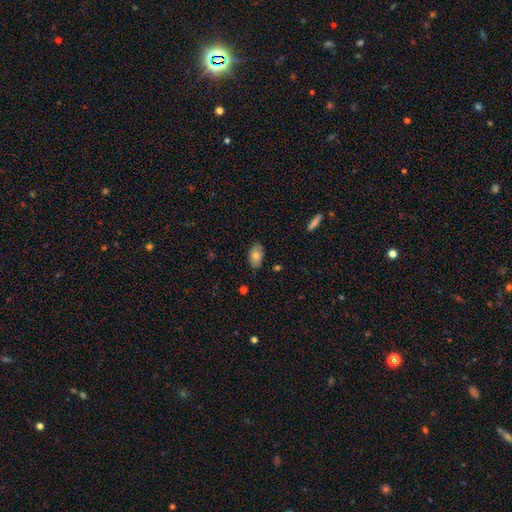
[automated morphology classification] Overall: smooth (74%). How rounded: in between (92%). Merging: none (79%).